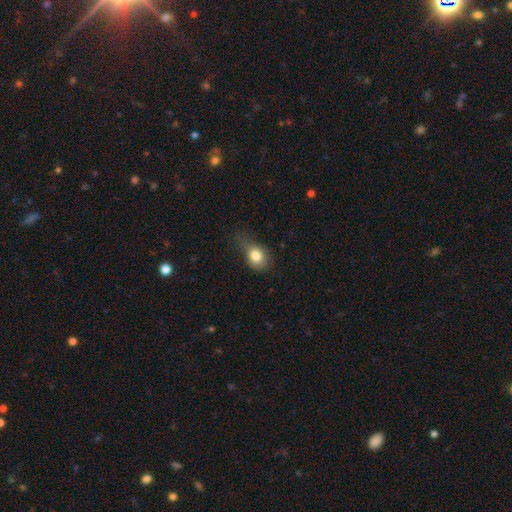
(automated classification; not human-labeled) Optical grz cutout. It shows a smooth galaxy with no disk features (82%) that is in between round and cigar-shaped (62%). Merging: minor disturbance (39%).